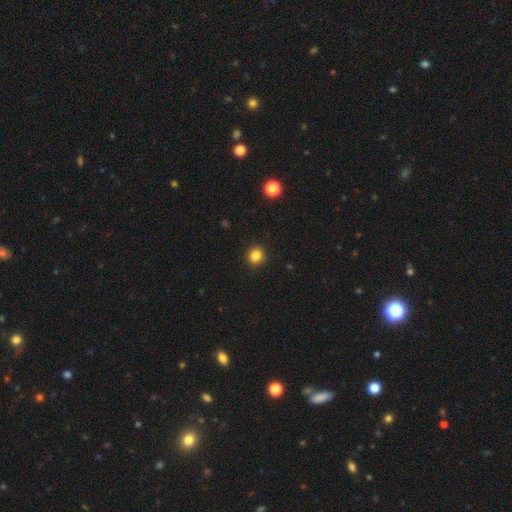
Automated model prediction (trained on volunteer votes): Smooth or featured? Predicted: smooth (p=0.84). How rounded? Predicted: round (p=0.82). Merging? Predicted: none (p=0.92).